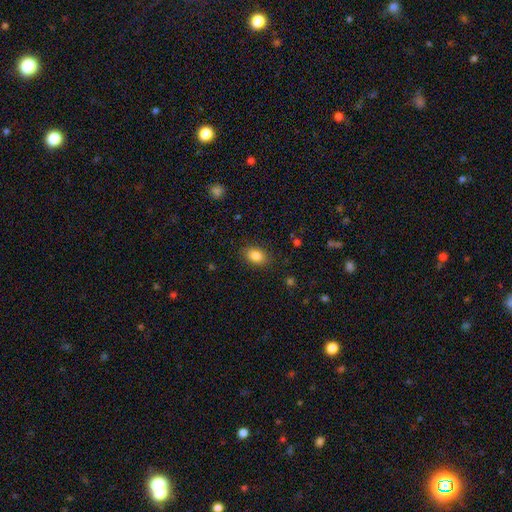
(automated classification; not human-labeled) Smooth or featured?
  - smooth: 85% *
  - star or artifact: 9%
  - featured or disk: 7%
How rounded?
  - in between: 82% *
  - round: 17%
  - cigar-shaped: 2%
Merging?
  - none: 85% *
  - minor disturbance: 11%
  - major disturbance: 3%
  - merger: 1%